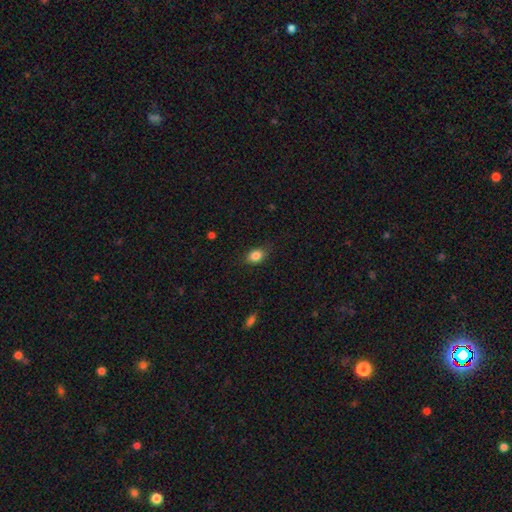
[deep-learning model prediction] Smooth or featured: smooth — 84% (star or artifact — 9%)
How rounded: in between — 68% (round — 30%)
Merging: none — 78% (minor disturbance — 17%)